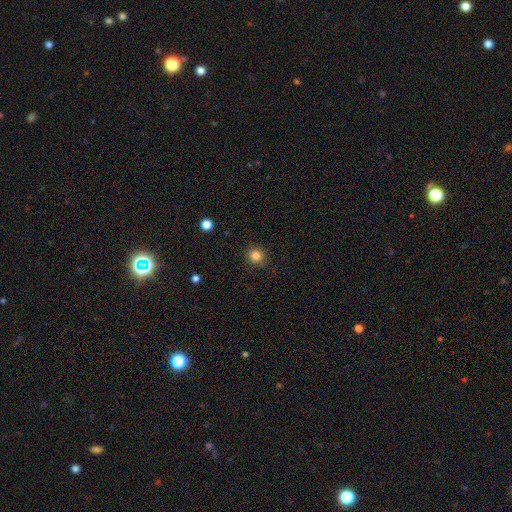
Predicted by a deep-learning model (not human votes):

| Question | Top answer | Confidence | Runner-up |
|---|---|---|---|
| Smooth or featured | smooth | 84% | star or artifact (12%) |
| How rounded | round | 90% | in between (9%) |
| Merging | none | 88% | minor disturbance (8%) |